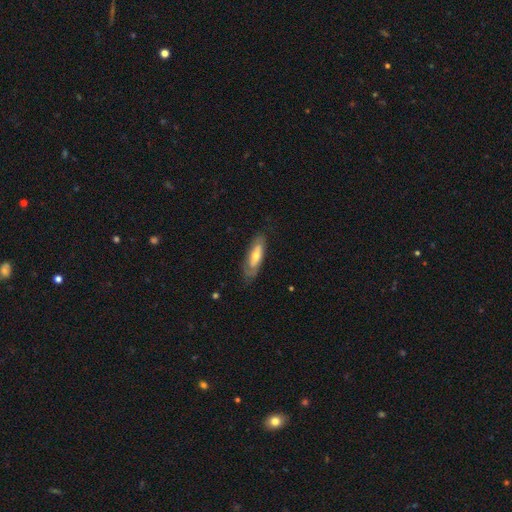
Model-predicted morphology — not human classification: smooth_or_featured: featured or disk (p=0.48) [alt: smooth p=0.46]
merging: none (p=0.73) [alt: minor disturbance p=0.20]